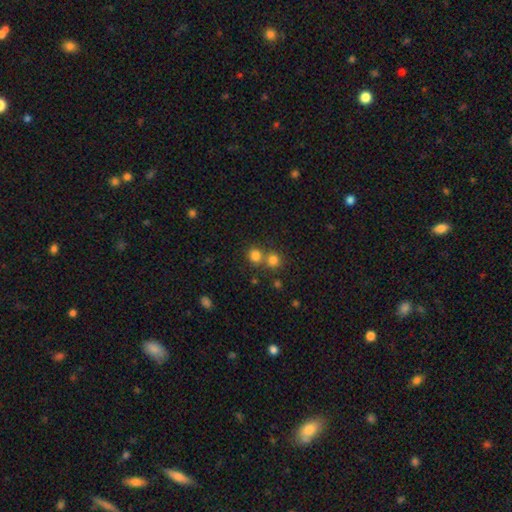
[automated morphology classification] Smooth or featured?
  - smooth: 78% *
  - star or artifact: 15%
  - featured or disk: 7%
How rounded?
  - round: 86% *
  - in between: 13%
  - cigar-shaped: 1%
Merging?
  - none: 56% *
  - merger: 35%
  - minor disturbance: 6%
  - major disturbance: 3%